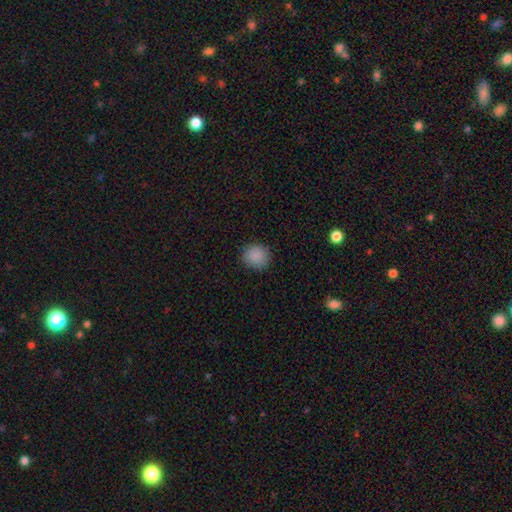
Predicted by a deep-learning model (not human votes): The model was most divided on "how rounded": round: 85%, in between: 14%, cigar-shaped: 1%. More confident: merging — none (88%); smooth or featured — smooth (88%).